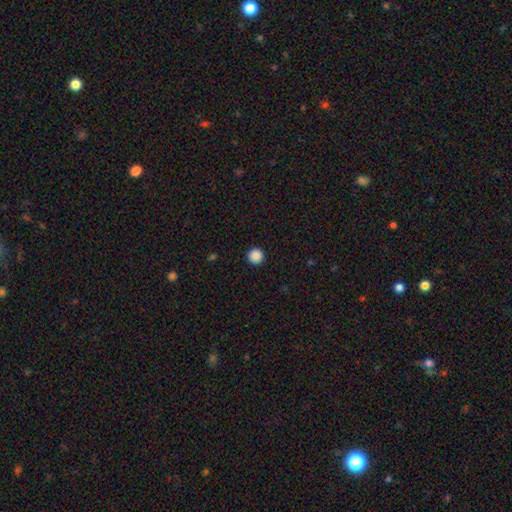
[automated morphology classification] Smooth or featured? Predicted: smooth (p=0.88). How rounded? Predicted: round (p=0.97). Merging? Predicted: none (p=0.94).